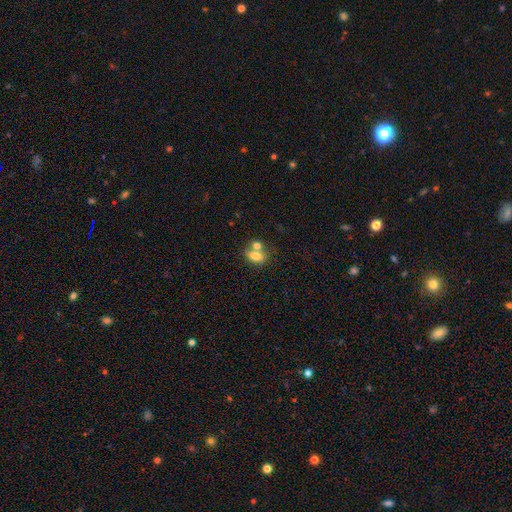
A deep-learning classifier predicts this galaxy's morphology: This is likely a smooth galaxy (74%). How rounded: likely in between (76%). Merging: possibly merger (51%).